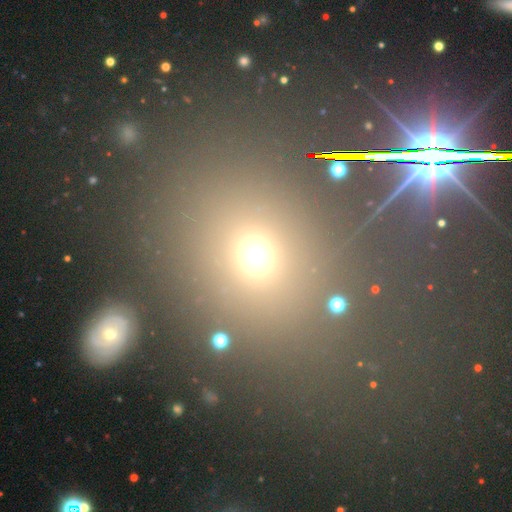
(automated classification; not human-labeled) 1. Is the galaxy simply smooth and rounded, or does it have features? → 62% smooth, 27% star or artifact, 10% featured or disk.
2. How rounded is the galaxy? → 60% round, 38% in between, 2% cigar-shaped.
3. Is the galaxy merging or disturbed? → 78% none, 10% minor disturbance, 6% major disturbance, 6% merger.